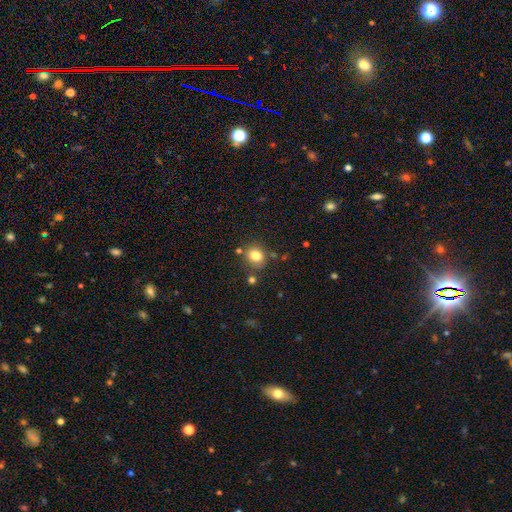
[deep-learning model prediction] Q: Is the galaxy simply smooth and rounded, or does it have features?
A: smooth — 80%.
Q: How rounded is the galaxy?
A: round — 65%.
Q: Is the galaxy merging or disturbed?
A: none — 76%.